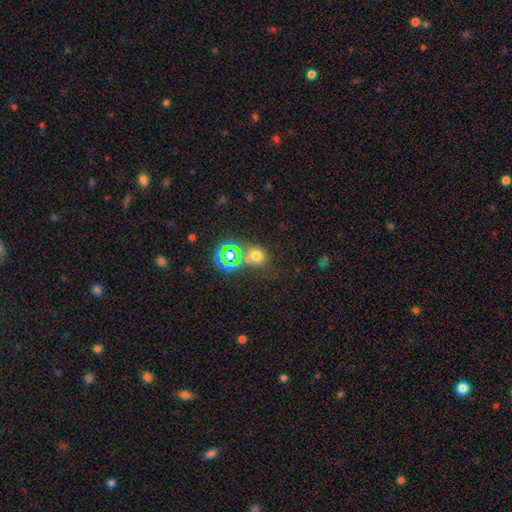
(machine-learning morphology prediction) smooth 60%, star or artifact 32%, featured or disk 9%. Down the decision tree: how rounded — round (73%); merging — none (57%).